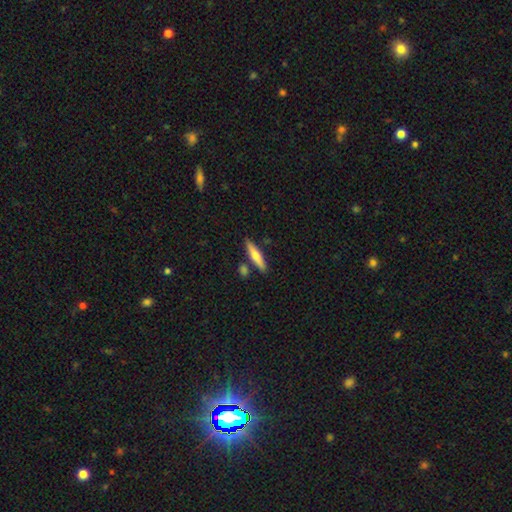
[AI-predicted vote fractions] Smooth or featured? Predicted: smooth (p=0.63). How rounded? Predicted: cigar-shaped (p=0.85). Merging? Predicted: none (p=0.80).